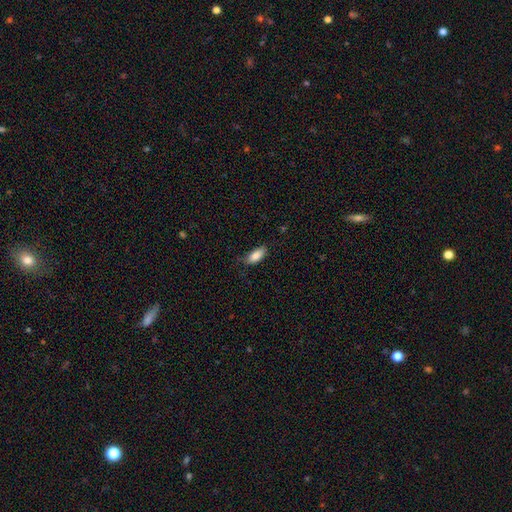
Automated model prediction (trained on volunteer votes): Q: Smooth or featured?
A: smooth (85%); runner-up: featured or disk (8%)
Q: How rounded?
A: in between (85%); runner-up: cigar-shaped (13%)
Q: Merging?
A: none (74%); runner-up: minor disturbance (21%)